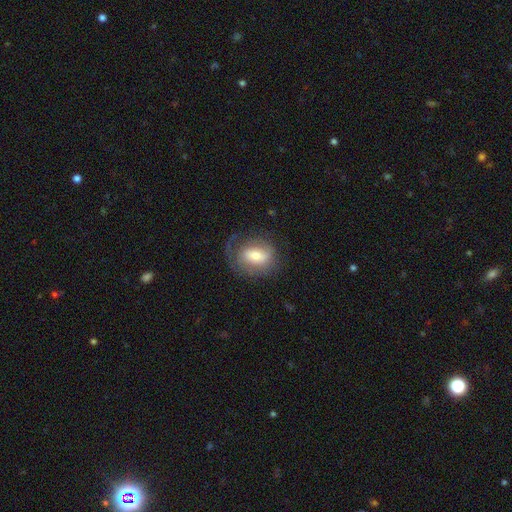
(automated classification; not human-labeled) This is possibly a smooth galaxy (53%). How rounded: possibly in between (56%). Merging: possibly none (59%).